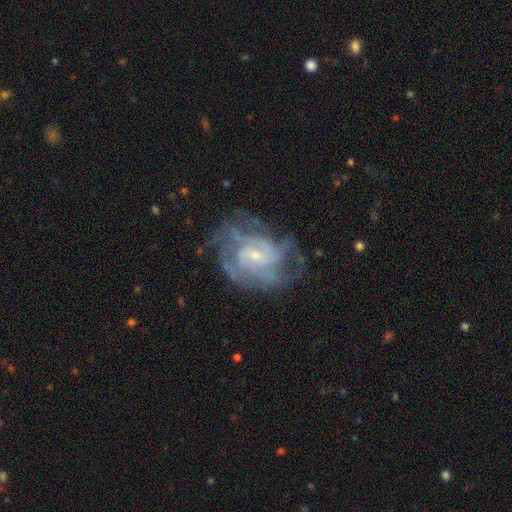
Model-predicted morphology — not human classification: Q: Smooth or featured?
A: featured or disk (82%); runner-up: smooth (10%)
Q: Edge-on disk?
A: no (97%); runner-up: yes (3%)
Q: Bar?
A: no (53%); runner-up: weak (40%)
Q: Spiral arms?
A: yes (89%); runner-up: no (11%)
Q: Spiral winding?
A: tight (44%); runner-up: medium (42%)
Q: Spiral arm count?
A: can't tell (37%); runner-up: 4 (19%)
Q: Bulge size?
A: small (68%); runner-up: moderate (26%)
Q: Merging?
A: none (61%); runner-up: minor disturbance (21%)